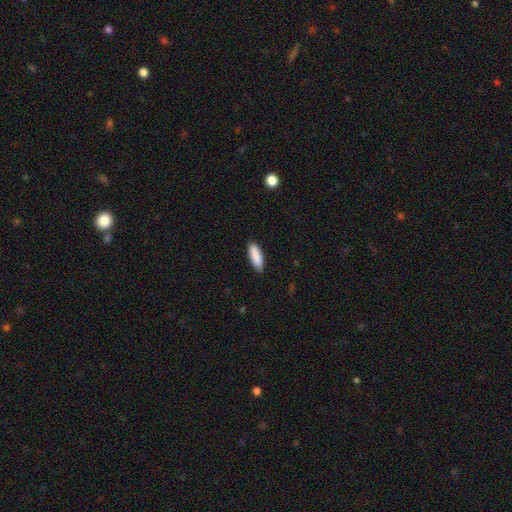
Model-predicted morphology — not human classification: A smooth galaxy with no disk features (89%) that is in between round and cigar-shaped (58%). Merging: none (87%).